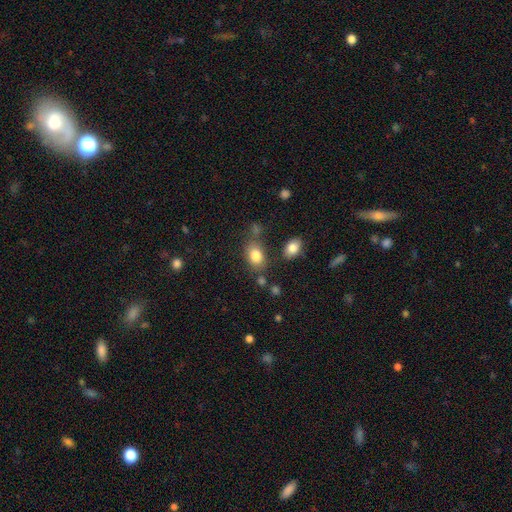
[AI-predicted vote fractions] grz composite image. It shows a smooth galaxy with no disk features (82%) that is in between round and cigar-shaped (74%). Merging: none (68%).